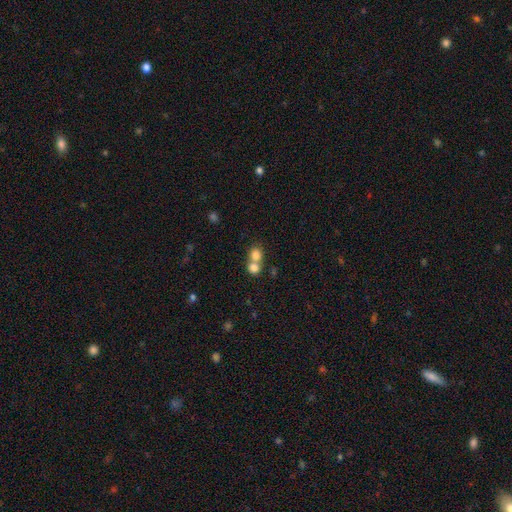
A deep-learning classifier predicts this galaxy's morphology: The model was most divided on "merging": merger: 57%, none: 35%, minor disturbance: 5%, major disturbance: 2%. More confident: how rounded — round (81%); smooth or featured — smooth (80%).